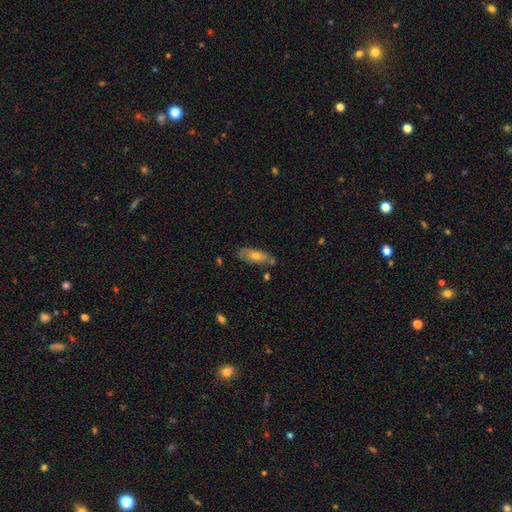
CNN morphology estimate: A smooth galaxy with no disk features (60%) that is in between round and cigar-shaped (68%).

Vote fractions:
- Smooth or featured? smooth: 60% / featured or disk: 33% / star or artifact: 7%
- How rounded? in between: 68% / cigar-shaped: 29% / round: 3%
- Merging? none: 66% / minor disturbance: 21% / merger: 8% / major disturbance: 5%